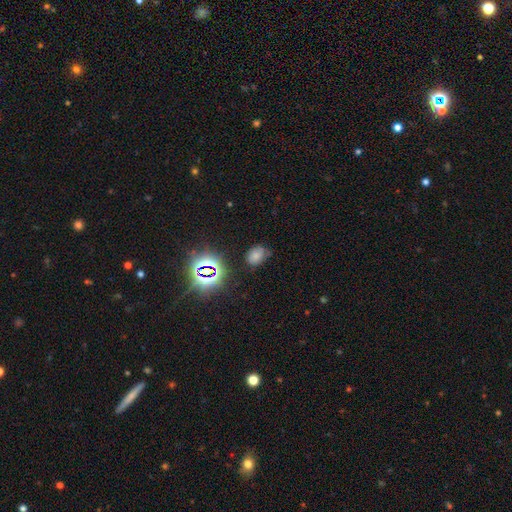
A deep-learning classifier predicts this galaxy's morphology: type=smooth (62%); roundness=in between (66%); merging=none (62%).